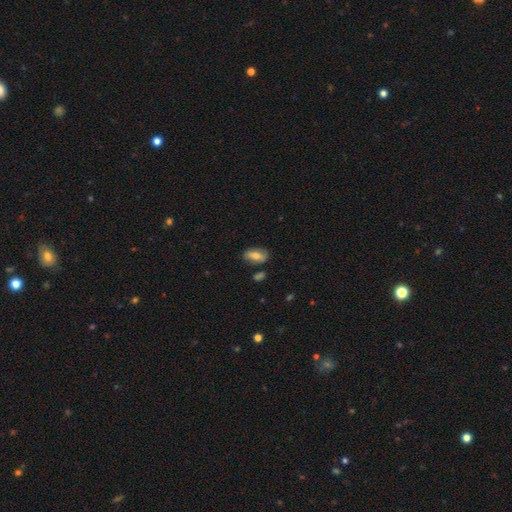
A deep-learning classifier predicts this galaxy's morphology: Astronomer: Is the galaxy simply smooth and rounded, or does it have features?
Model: smooth — 61%.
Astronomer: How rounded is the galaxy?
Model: in between — 88%.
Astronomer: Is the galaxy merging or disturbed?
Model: none — 78%.